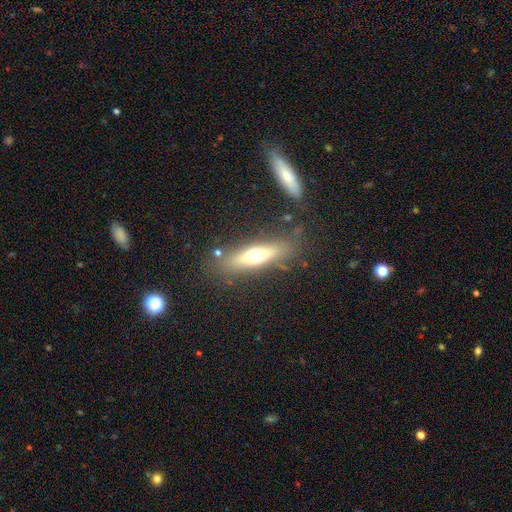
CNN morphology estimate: A smooth galaxy with no disk features (50%). Merging: none (80%).